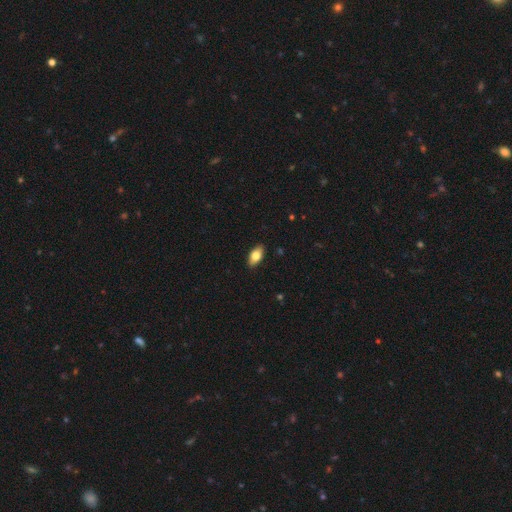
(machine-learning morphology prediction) This is likely a smooth galaxy (77%). How rounded: clearly in between (90%). Merging: clearly none (89%).